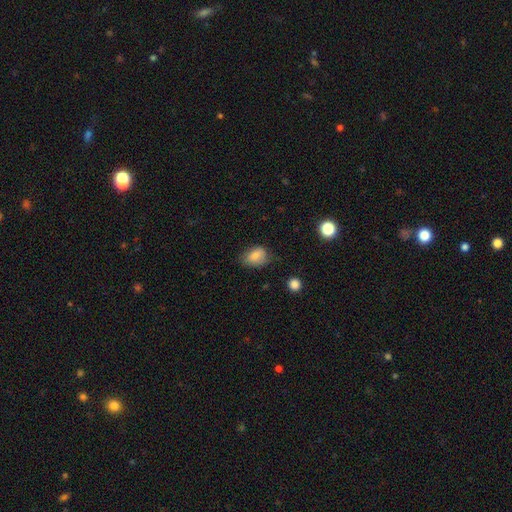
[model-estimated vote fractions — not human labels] smooth 79%, featured or disk 12%, star or artifact 9%. Down the decision tree: how rounded — in between (76%); merging — none (60%).